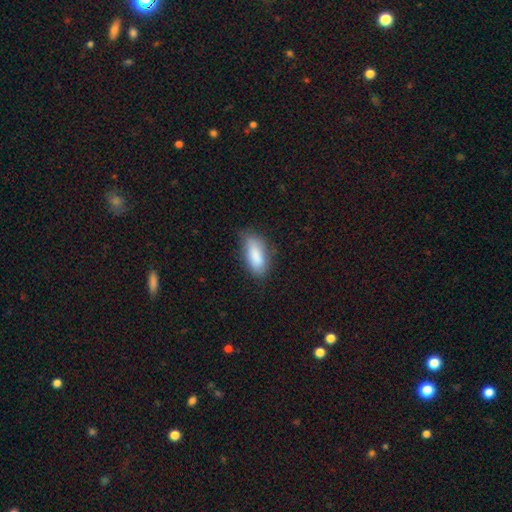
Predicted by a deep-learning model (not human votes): Overall: smooth (86%). How rounded: in between (83%). Merging: none (70%).